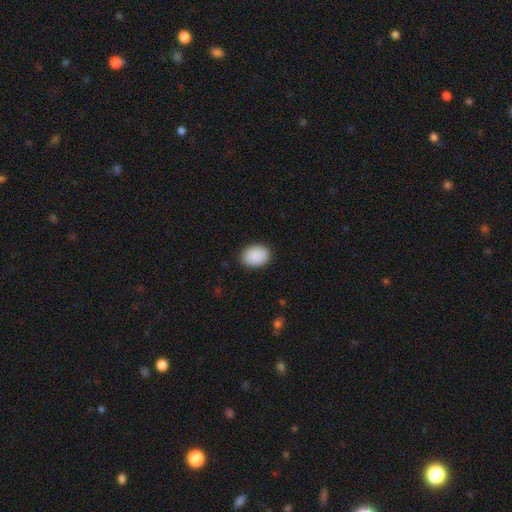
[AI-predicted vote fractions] The model was most divided on "how rounded": in between: 75%, round: 24%, cigar-shaped: 1%. More confident: smooth or featured — smooth (91%); merging — none (87%).